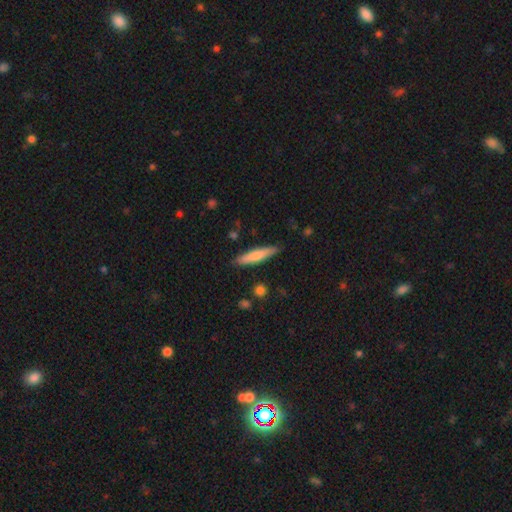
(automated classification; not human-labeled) Smooth or featured: smooth — 72% (featured or disk — 23%)
How rounded: cigar-shaped — 88% (in between — 11%)
Merging: none — 86% (minor disturbance — 10%)